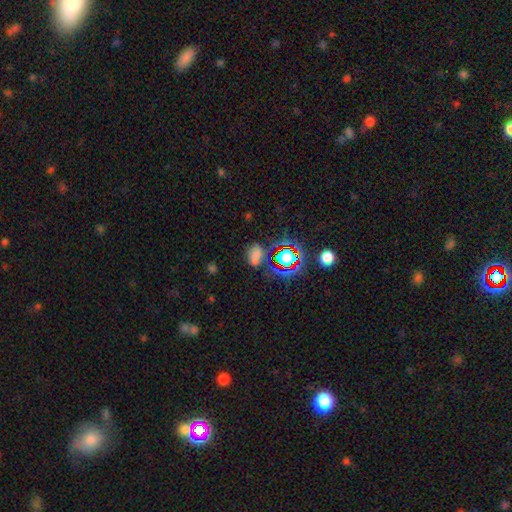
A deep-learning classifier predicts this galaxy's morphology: A smooth galaxy with no disk features (58%) that is in between round and cigar-shaped (71%).

Vote fractions:
- Smooth or featured? smooth: 58% / star or artifact: 31% / featured or disk: 11%
- How rounded? in between: 71% / round: 26% / cigar-shaped: 2%
- Merging? none: 55% / minor disturbance: 21% / major disturbance: 12% / merger: 12%